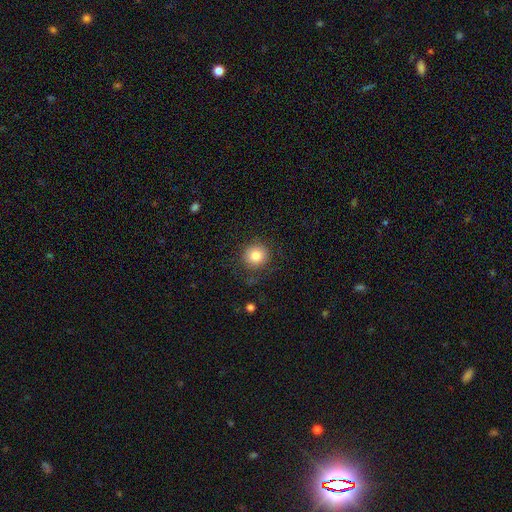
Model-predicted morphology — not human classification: A smooth galaxy with no disk features (83%) that is round (92%).

Vote fractions:
- Smooth or featured? smooth: 83% / star or artifact: 10% / featured or disk: 7%
- How rounded? round: 92% / in between: 7% / cigar-shaped: 1%
- Merging? none: 85% / minor disturbance: 10% / major disturbance: 4% / merger: 1%